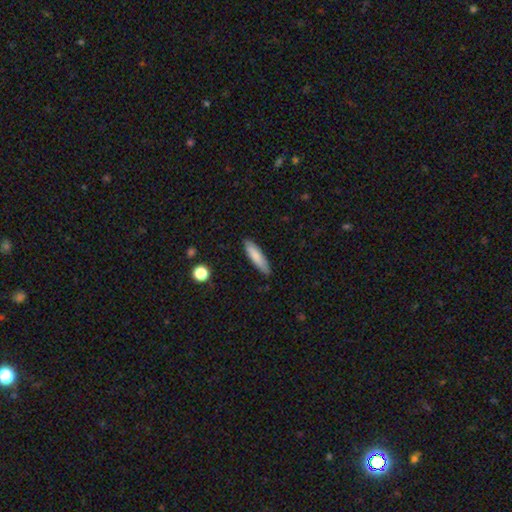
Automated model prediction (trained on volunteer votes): Smooth or featured: smooth — 82% (featured or disk — 12%)
How rounded: cigar-shaped — 70% (in between — 29%)
Merging: none — 84% (minor disturbance — 13%)